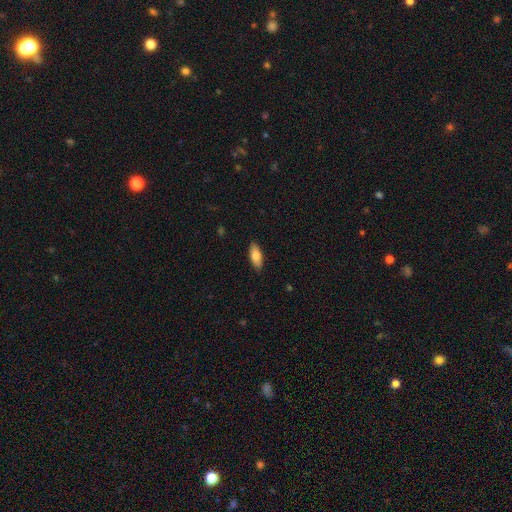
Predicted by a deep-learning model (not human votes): smooth-or-featured: smooth: 81% | featured or disk: 13% | star or artifact: 6%
  how-rounded: in between: 79% | cigar-shaped: 19% | round: 2%
  merging: none: 88% | minor disturbance: 9% | major disturbance: 2% | merger: 1%